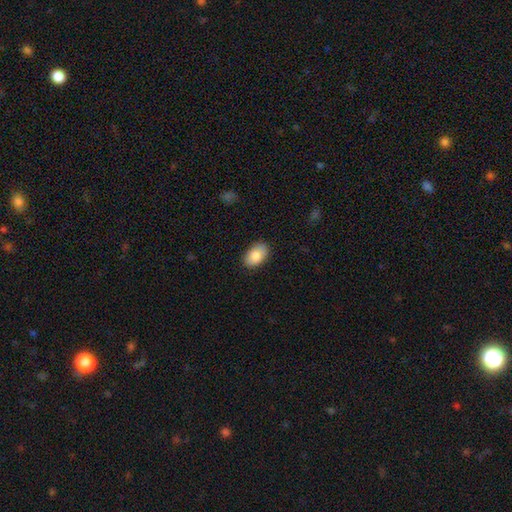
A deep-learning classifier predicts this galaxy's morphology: A smooth galaxy with no disk features (83%) that is in between round and cigar-shaped (92%). Merging: none (84%).